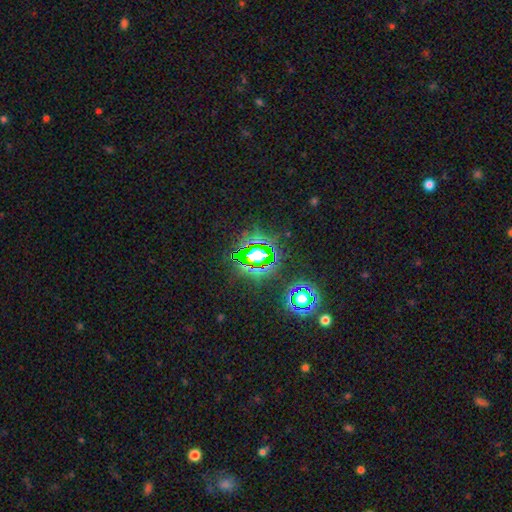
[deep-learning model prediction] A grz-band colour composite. It shows a star or artifact, not a galaxy (79%).